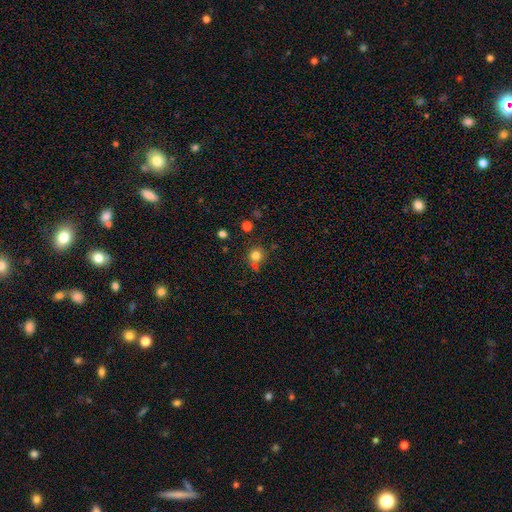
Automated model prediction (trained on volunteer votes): smooth 79%, star or artifact 14%, featured or disk 7%. Down the decision tree: how rounded — round (89%); merging — none (64%).